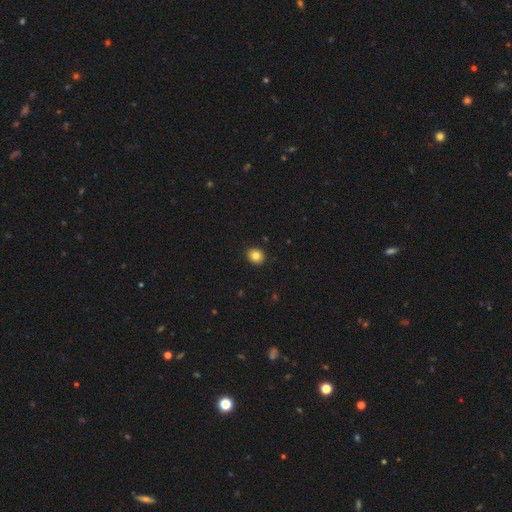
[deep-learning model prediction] Overall: smooth (83%). How rounded: round (80%). Merging: none (93%).